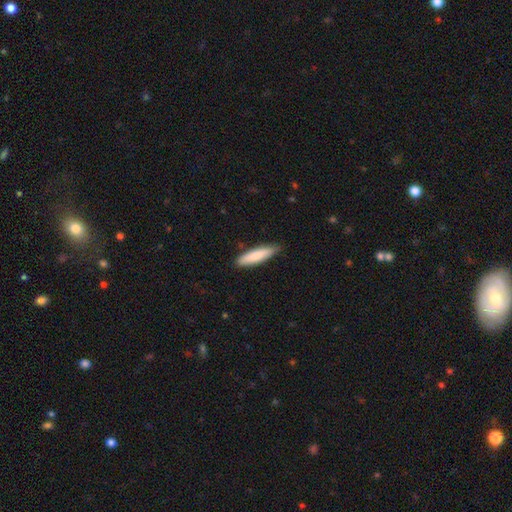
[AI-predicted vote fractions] This is clearly a smooth galaxy (83%). How rounded: likely cigar-shaped (73%). Merging: clearly none (84%).